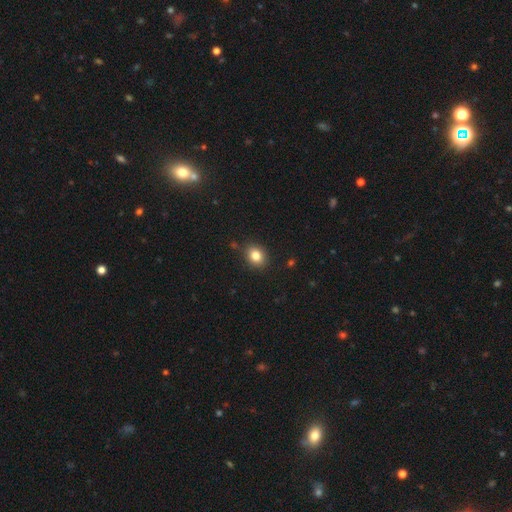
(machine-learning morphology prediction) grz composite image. It shows a smooth galaxy with no disk features (82%) that is round (57%). Merging: none (85%).